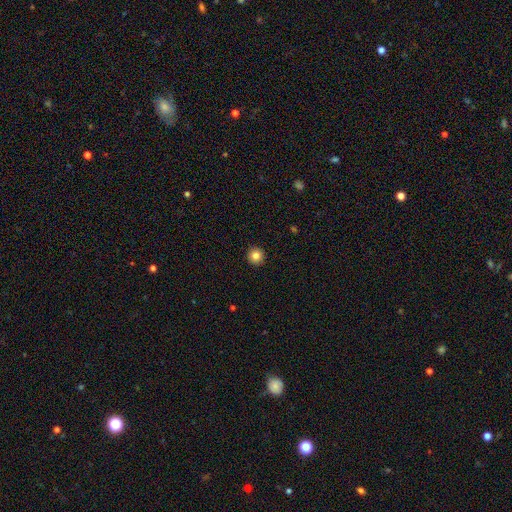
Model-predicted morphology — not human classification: type=smooth (83%); roundness=round (96%); merging=none (93%).